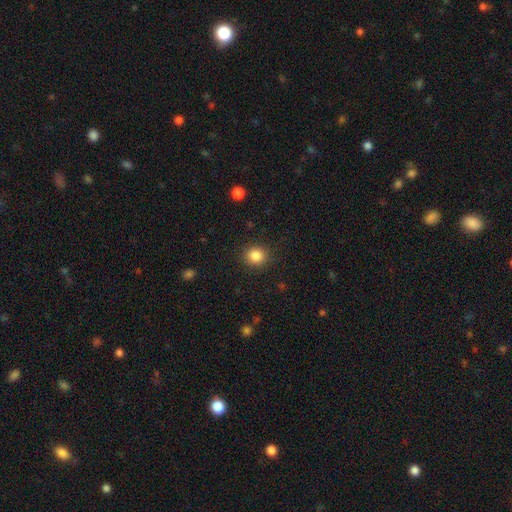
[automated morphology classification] This is clearly a smooth galaxy (85%). How rounded: clearly round (86%). Merging: clearly none (90%).